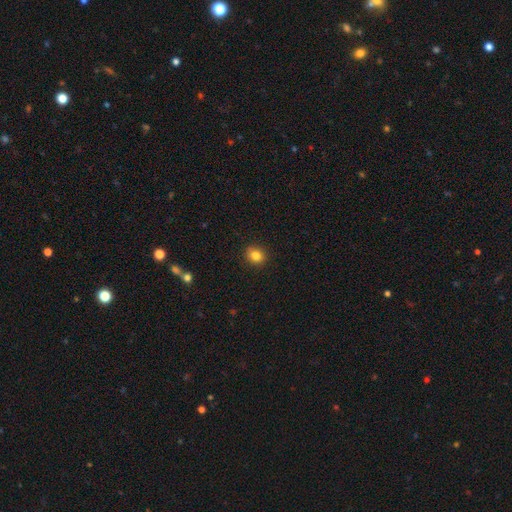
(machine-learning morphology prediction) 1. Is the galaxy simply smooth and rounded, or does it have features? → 83% smooth, 11% star or artifact, 6% featured or disk.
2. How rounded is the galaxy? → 80% round, 19% in between, 1% cigar-shaped.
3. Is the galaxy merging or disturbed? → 91% none, 6% minor disturbance, 2% major disturbance, 1% merger.